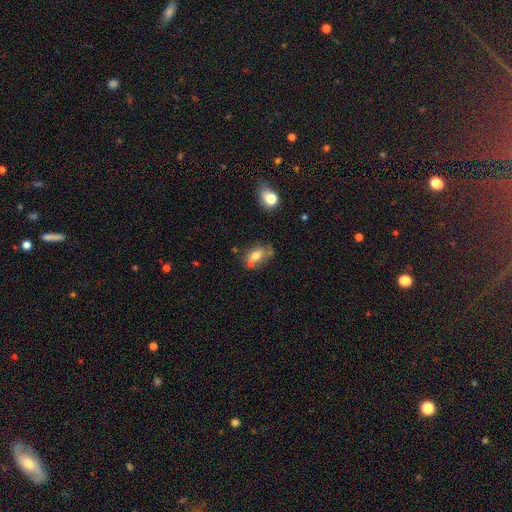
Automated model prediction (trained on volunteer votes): Morphology: type=smooth (66%); roundness=in between (75%); merging=none (47%).